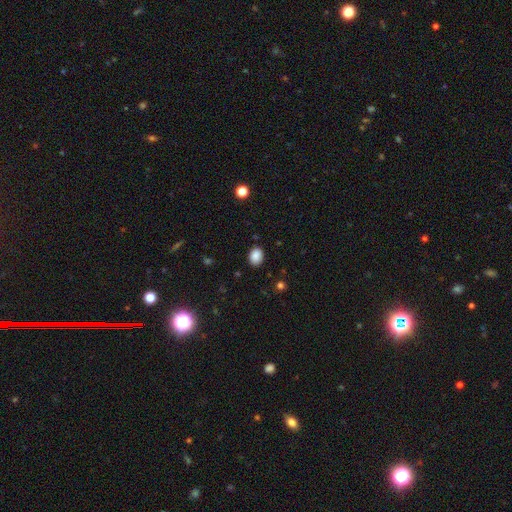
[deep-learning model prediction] Smooth or featured? Predicted: smooth (p=0.88). How rounded? Predicted: in between (p=0.66). Merging? Predicted: none (p=0.88).